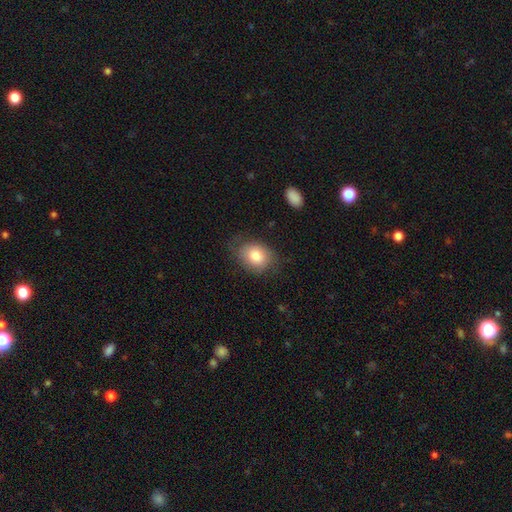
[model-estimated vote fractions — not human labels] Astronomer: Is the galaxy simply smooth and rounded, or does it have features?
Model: smooth — 78%.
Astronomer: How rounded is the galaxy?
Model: in between — 52% (runner-up: round, 47%).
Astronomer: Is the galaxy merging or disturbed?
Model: none — 68%.